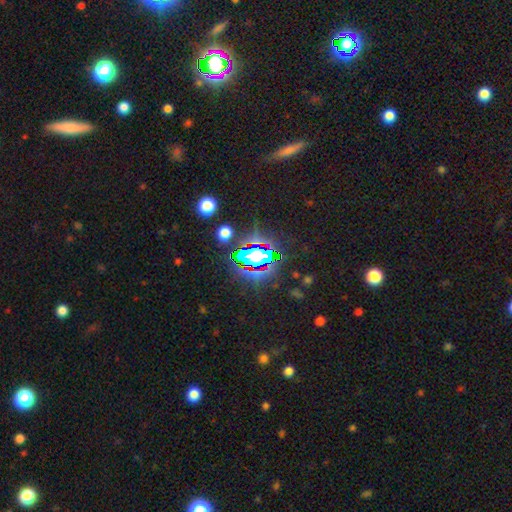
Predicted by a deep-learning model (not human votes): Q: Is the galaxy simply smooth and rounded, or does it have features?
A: star or artifact — 65%.